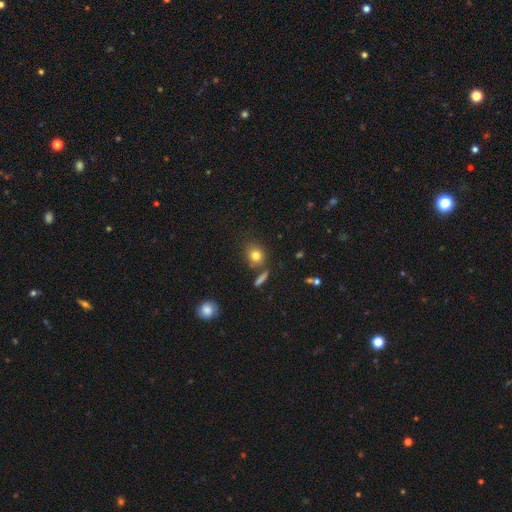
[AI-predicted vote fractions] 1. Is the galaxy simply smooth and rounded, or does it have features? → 80% smooth, 12% star or artifact, 9% featured or disk.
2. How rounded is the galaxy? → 69% round, 29% in between, 2% cigar-shaped.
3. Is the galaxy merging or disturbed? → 74% none, 13% minor disturbance, 9% merger, 4% major disturbance.